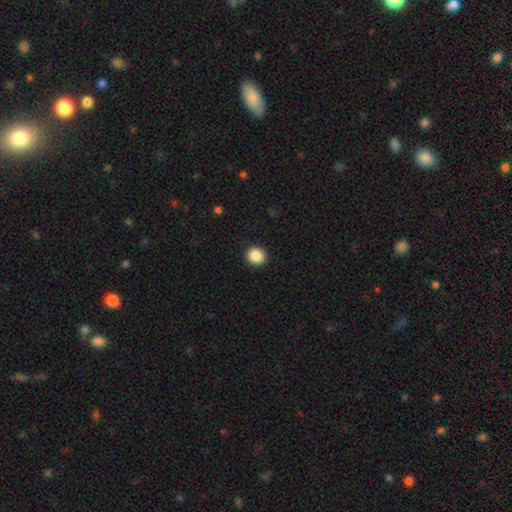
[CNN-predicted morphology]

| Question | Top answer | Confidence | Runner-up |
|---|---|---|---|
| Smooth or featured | smooth | 88% | star or artifact (9%) |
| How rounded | round | 89% | in between (10%) |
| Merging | none | 92% | minor disturbance (5%) |